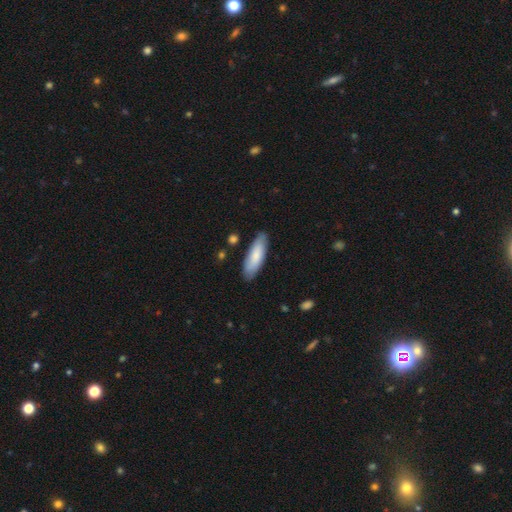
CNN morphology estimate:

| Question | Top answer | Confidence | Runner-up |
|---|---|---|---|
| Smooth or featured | smooth | 82% | featured or disk (13%) |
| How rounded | in between | 58% | cigar-shaped (40%) |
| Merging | none | 84% | minor disturbance (12%) |